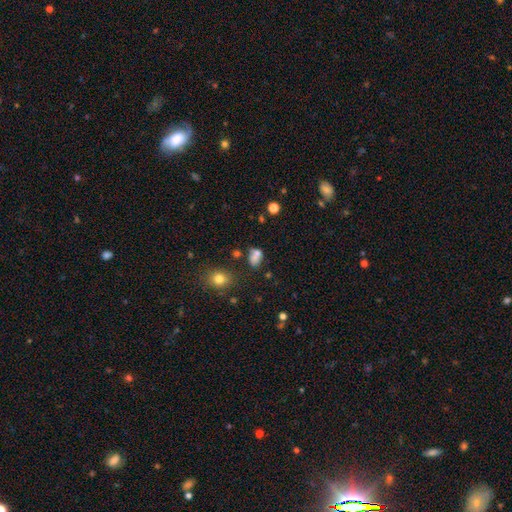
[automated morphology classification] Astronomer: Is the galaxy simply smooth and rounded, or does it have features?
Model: smooth — 71%.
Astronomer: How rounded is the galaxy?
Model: in between — 69%.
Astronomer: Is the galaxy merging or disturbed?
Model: none — 39% (runner-up: merger, 32%).